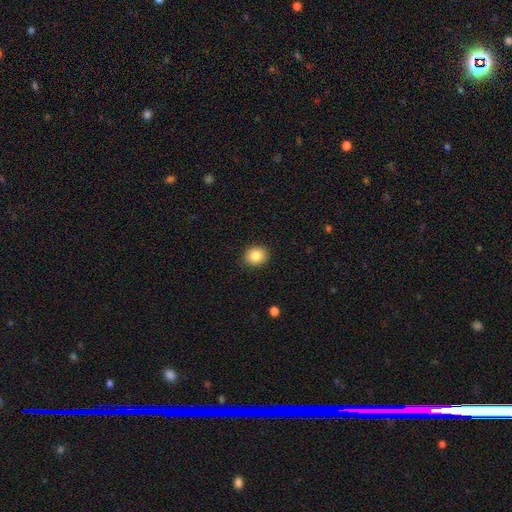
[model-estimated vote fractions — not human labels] Morphology: type=smooth (86%); roundness=round (70%); merging=none (88%).